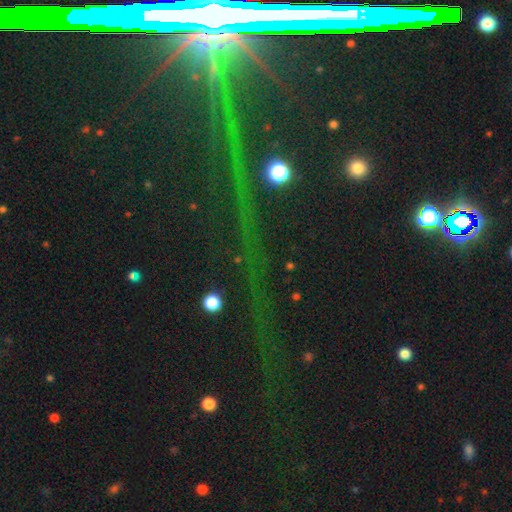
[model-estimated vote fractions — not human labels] Smooth or featured?
  - star or artifact: 78% *
  - featured or disk: 13%
  - smooth: 10%